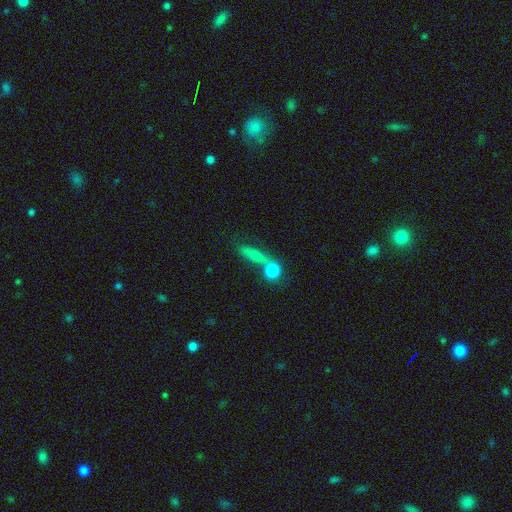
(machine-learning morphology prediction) Q: Smooth or featured?
A: smooth (64%); runner-up: featured or disk (22%)
Q: How rounded?
A: cigar-shaped (49%); runner-up: in between (27%)
Q: Merging?
A: none (50%); runner-up: merger (30%)